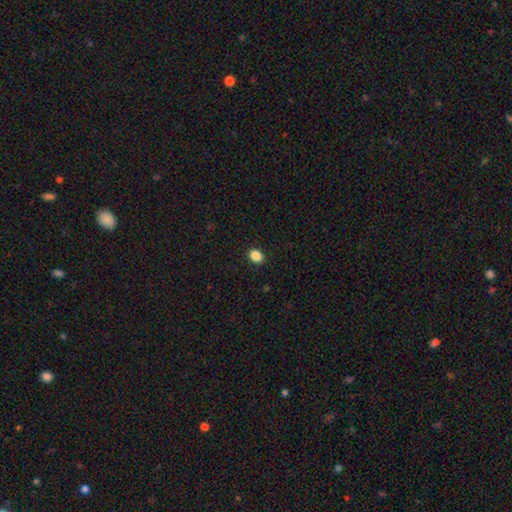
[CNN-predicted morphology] smooth_or_featured: smooth (p=0.87) [alt: star or artifact p=0.10]
how_rounded: in between (p=0.51) [alt: round p=0.48]
merging: none (p=0.91) [alt: minor disturbance p=0.06]